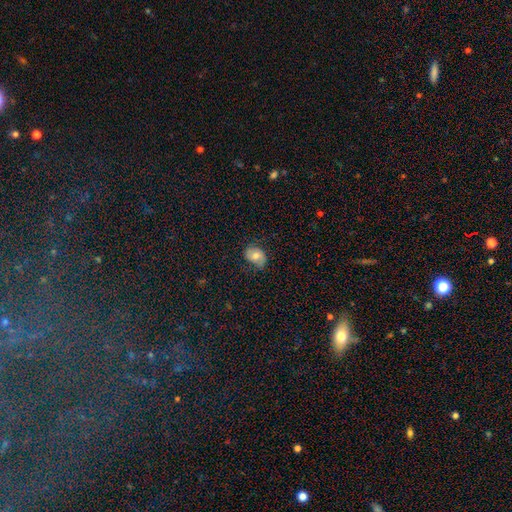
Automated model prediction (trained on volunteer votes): Smooth or featured? Predicted: smooth (p=0.57). How rounded? Predicted: in between (p=0.65). Merging? Predicted: none (p=0.62).